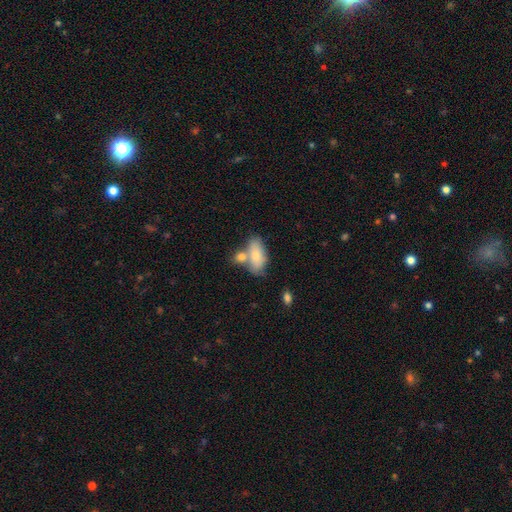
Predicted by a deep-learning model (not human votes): Overall: smooth (77%). How rounded: in between (90%). Merging: none (43%; merger 38%).